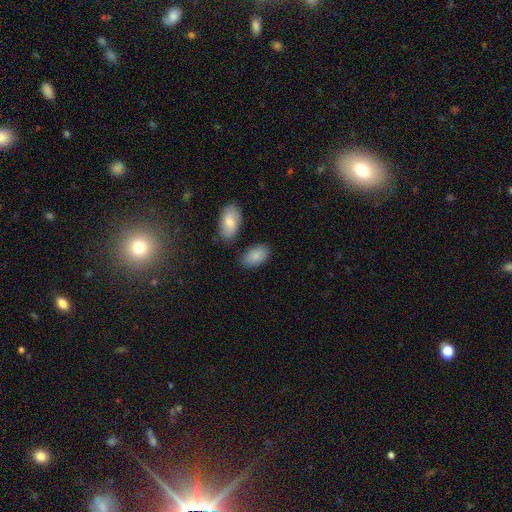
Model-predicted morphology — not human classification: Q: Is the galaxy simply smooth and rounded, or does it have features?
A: smooth — 86%.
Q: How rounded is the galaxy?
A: in between — 94%.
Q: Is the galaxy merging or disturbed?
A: none — 74%.